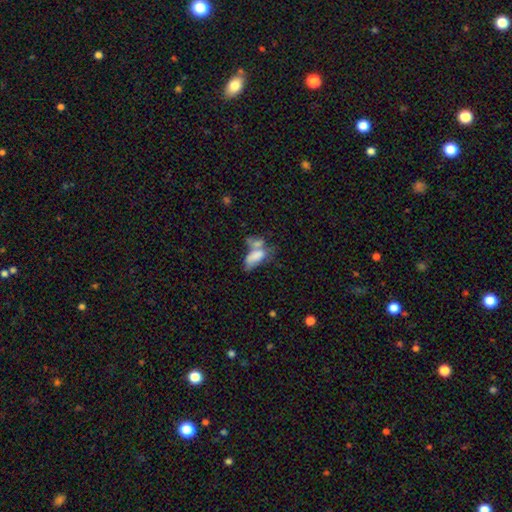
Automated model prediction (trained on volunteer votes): smooth_or_featured: smooth (p=0.72) [alt: featured or disk p=0.19]
how_rounded: in between (p=0.85) [alt: cigar-shaped p=0.11]
merging: merger (p=0.54) [alt: none p=0.19]